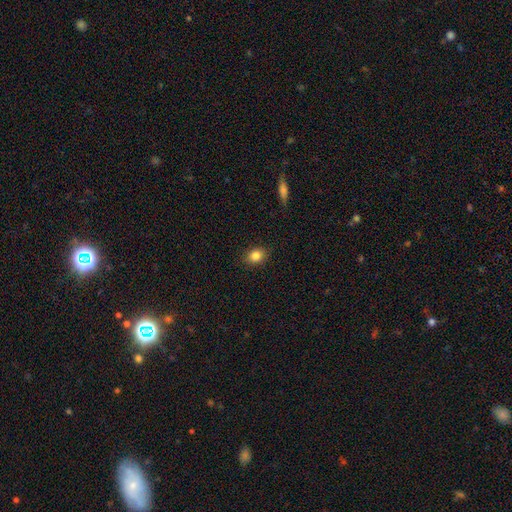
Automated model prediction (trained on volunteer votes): Smooth or featured?
  - smooth: 84% *
  - star or artifact: 10%
  - featured or disk: 6%
How rounded?
  - in between: 50% *
  - round: 48%
  - cigar-shaped: 1%
Merging?
  - none: 88% *
  - minor disturbance: 9%
  - major disturbance: 2%
  - merger: 1%